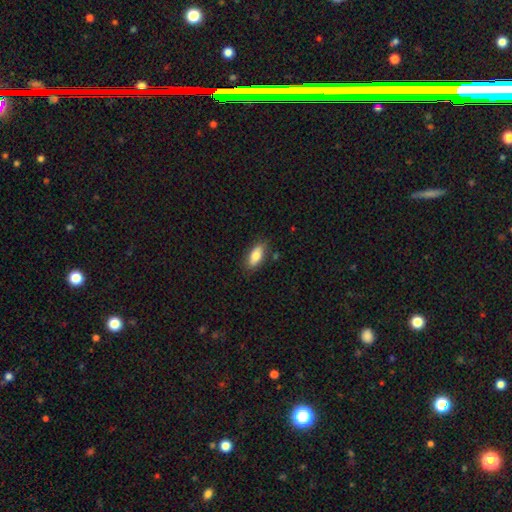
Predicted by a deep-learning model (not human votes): Smooth or featured? smooth (78%)
How rounded? in between (85%)
Merging? none (81%)